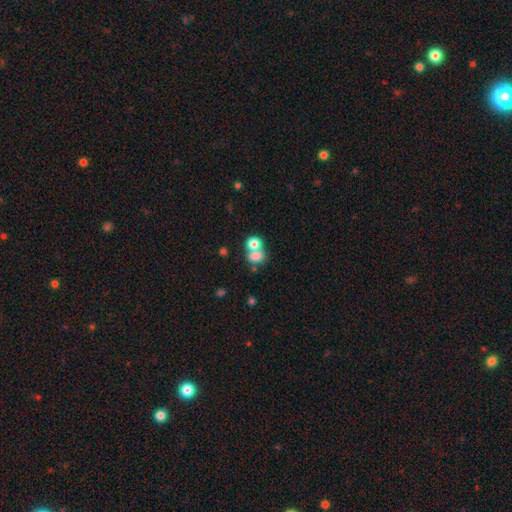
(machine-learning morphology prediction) The model was most divided on "how rounded": in between: 51%, round: 47%, cigar-shaped: 1%. More confident: smooth or featured — smooth (76%); merging — merger (55%).